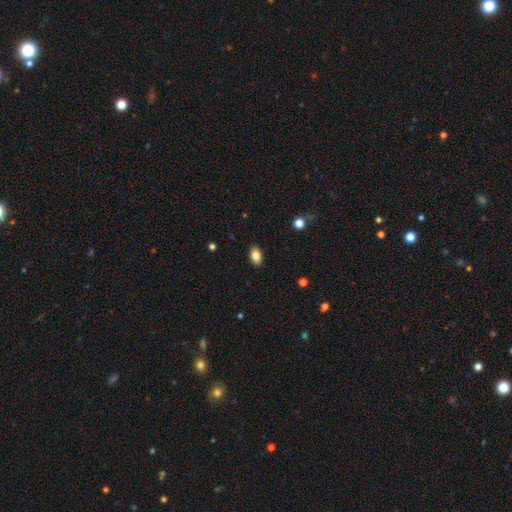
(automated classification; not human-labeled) Overall: smooth (84%). How rounded: in between (89%). Merging: none (89%).